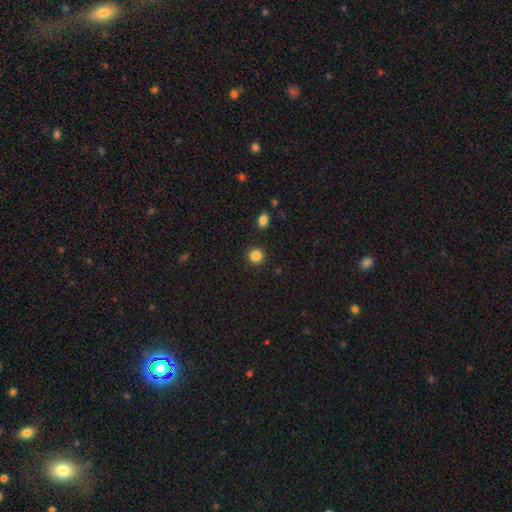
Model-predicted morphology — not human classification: Q: Smooth or featured?
A: smooth (86%); runner-up: star or artifact (11%)
Q: How rounded?
A: round (93%); runner-up: in between (6%)
Q: Merging?
A: none (91%); runner-up: minor disturbance (5%)